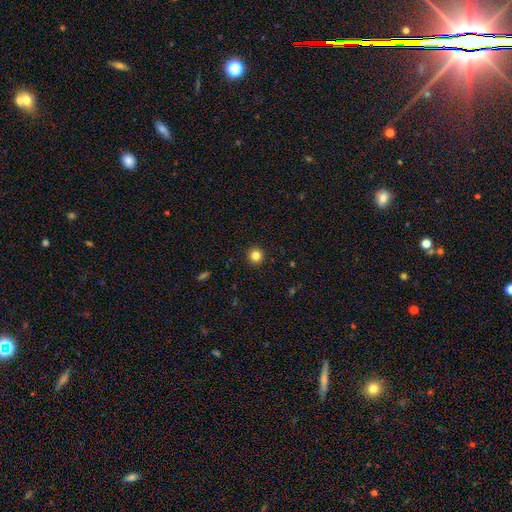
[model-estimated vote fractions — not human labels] Smooth or featured: smooth — 83% (star or artifact — 12%)
How rounded: round — 95% (in between — 4%)
Merging: none — 93% (minor disturbance — 4%)